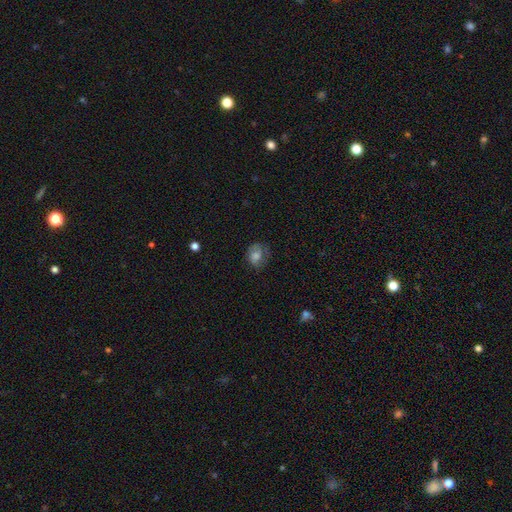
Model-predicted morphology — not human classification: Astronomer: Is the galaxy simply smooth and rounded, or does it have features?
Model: smooth — 62%.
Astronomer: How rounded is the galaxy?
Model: round — 59% (runner-up: in between, 40%).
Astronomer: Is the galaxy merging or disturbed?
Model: none — 62%.